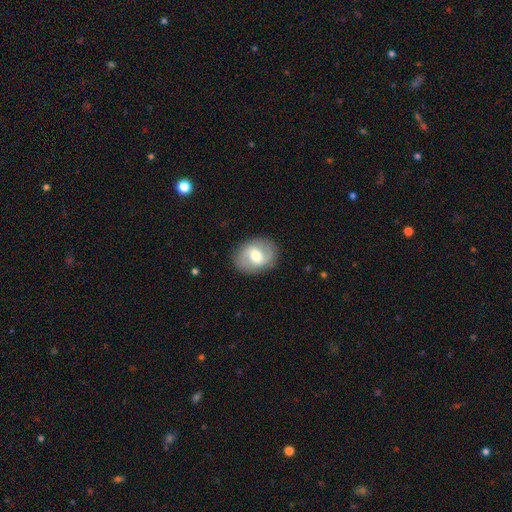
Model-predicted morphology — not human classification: Smooth or featured: featured or disk — 60% (smooth — 34%)
Edge-on disk: no — 96% (yes — 4%)
Bar: weak — 51% (no — 26%)
Spiral arms: yes — 75% (no — 25%)
Bulge size: moderate — 68% (small — 16%)
Merging: none — 86% (minor disturbance — 10%)